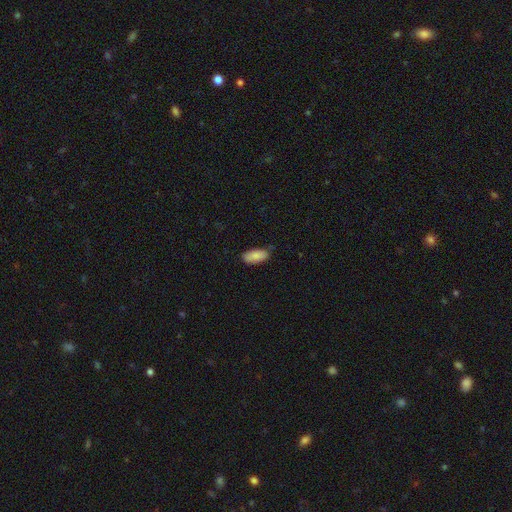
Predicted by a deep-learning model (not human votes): A smooth galaxy with no disk features (88%) that is in between round and cigar-shaped (86%). Merging: none (80%).